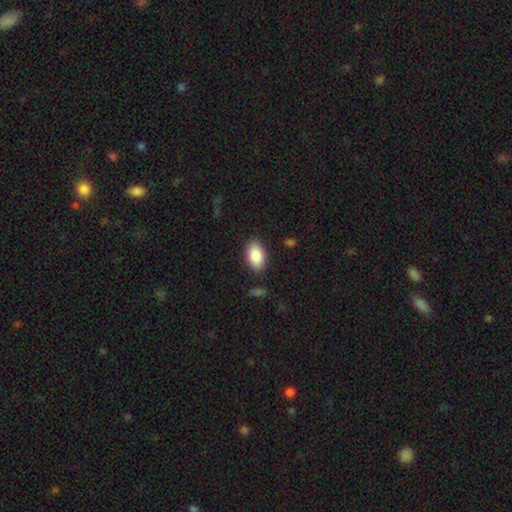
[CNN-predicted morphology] A smooth galaxy with no disk features (88%) that is in between round and cigar-shaped (92%). Merging: none (86%).